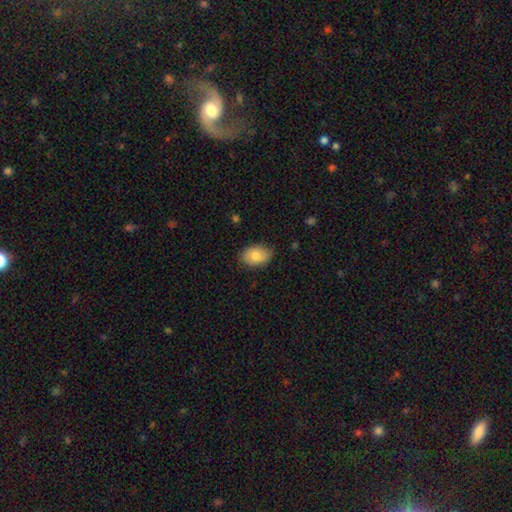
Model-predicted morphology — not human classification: smooth-or-featured: smooth: 79% | featured or disk: 14% | star or artifact: 7%
  how-rounded: in between: 86% | round: 13% | cigar-shaped: 1%
  merging: none: 80% | minor disturbance: 17% | major disturbance: 3% | merger: 1%